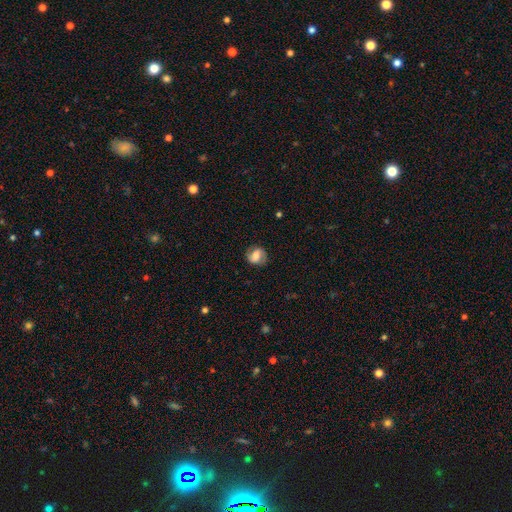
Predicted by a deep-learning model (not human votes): The model was most divided on "smooth or featured": featured or disk: 50%, smooth: 41%, star or artifact: 9%. More confident: edge-on disk — no (96%); merging — none (79%).